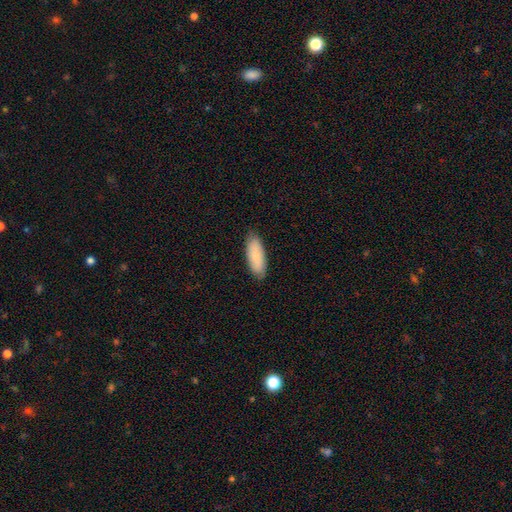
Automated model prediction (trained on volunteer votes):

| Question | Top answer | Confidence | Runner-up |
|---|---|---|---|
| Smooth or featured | smooth | 84% | featured or disk (10%) |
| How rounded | in between | 73% | cigar-shaped (25%) |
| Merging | none | 86% | minor disturbance (11%) |